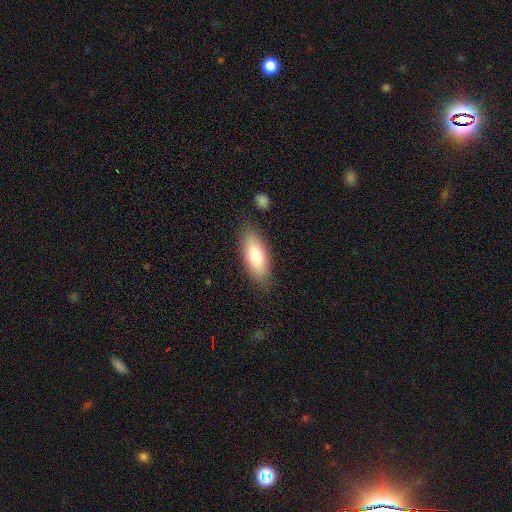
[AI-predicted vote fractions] Q: Smooth or featured?
A: smooth (75%); runner-up: featured or disk (18%)
Q: How rounded?
A: in between (76%); runner-up: cigar-shaped (21%)
Q: Merging?
A: none (84%); runner-up: minor disturbance (11%)